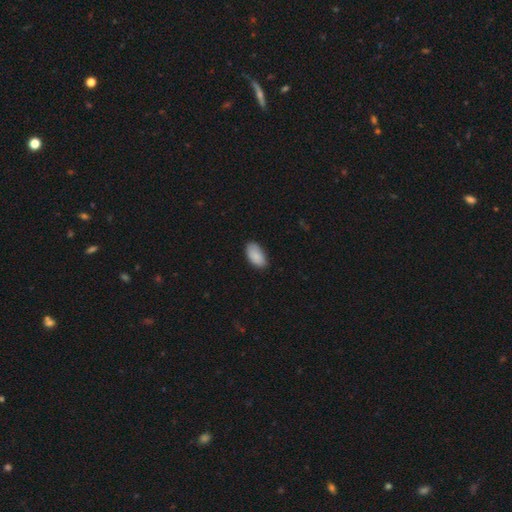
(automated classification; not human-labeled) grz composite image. It shows a smooth galaxy with no disk features (87%) that is in between round and cigar-shaped (95%). Merging: none (74%).